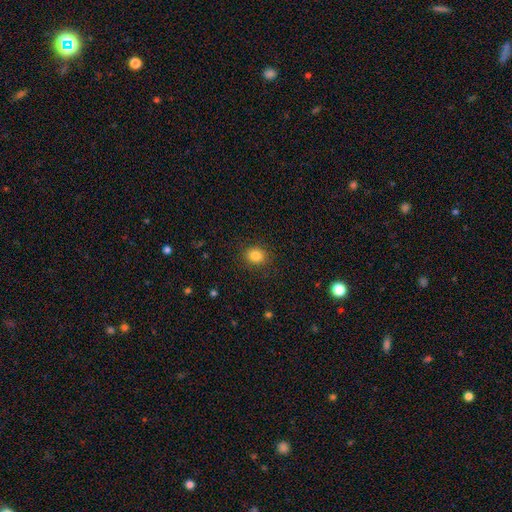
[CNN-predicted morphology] Smooth or featured? Predicted: smooth (p=0.84). How rounded? Predicted: round (p=0.66). Merging? Predicted: none (p=0.88).